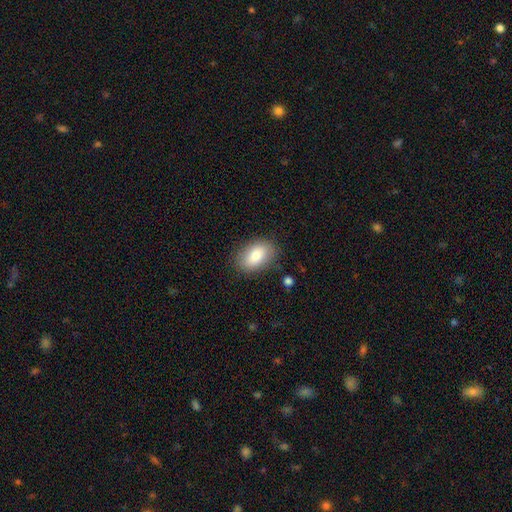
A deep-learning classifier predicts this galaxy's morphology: Smooth or featured? smooth (82%)
How rounded? in between (89%)
Merging? none (84%)